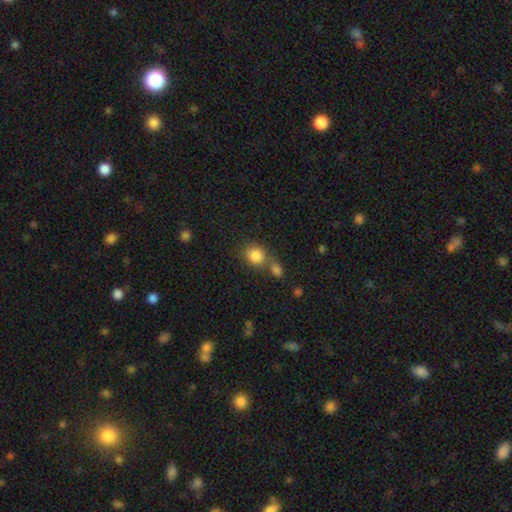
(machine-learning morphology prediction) Smooth or featured?
  - smooth: 85% *
  - star or artifact: 9%
  - featured or disk: 6%
How rounded?
  - round: 71% *
  - in between: 28%
  - cigar-shaped: 1%
Merging?
  - none: 52% *
  - merger: 33%
  - minor disturbance: 11%
  - major disturbance: 4%